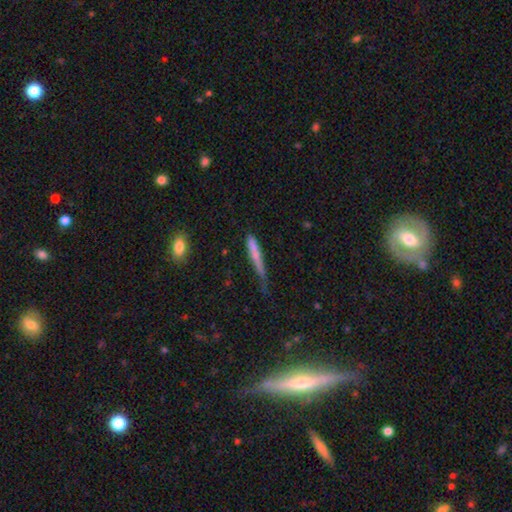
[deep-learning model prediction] Morphology: type=featured or disk (50%); edge-on=yes (86%); merging=none (75%).